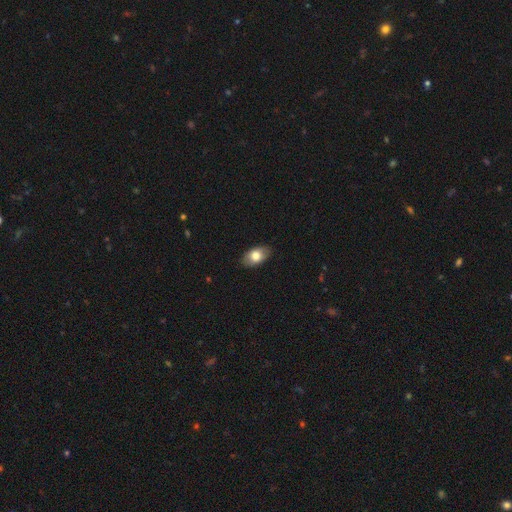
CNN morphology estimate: Smooth or featured: smooth — 78% (featured or disk — 15%)
How rounded: in between — 91% (round — 7%)
Merging: none — 86% (minor disturbance — 11%)